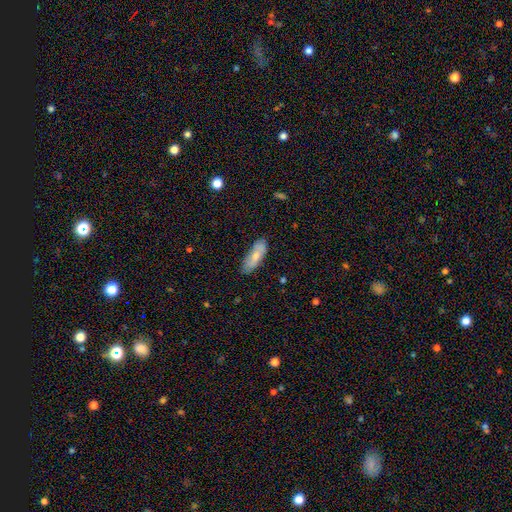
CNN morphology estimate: Smooth or featured? smooth (66%)
How rounded? in between (67%)
Merging? none (75%)